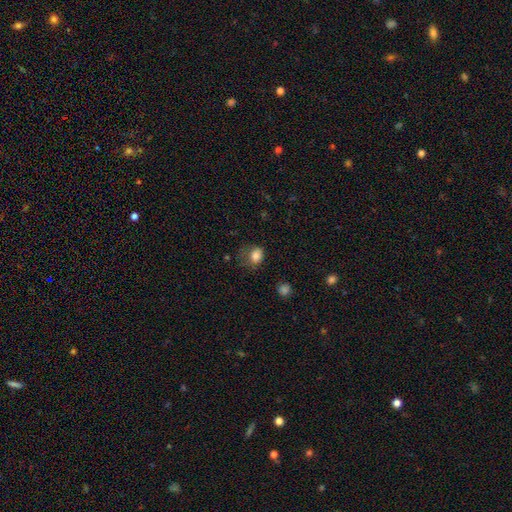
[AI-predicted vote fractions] Smooth or featured?
  - smooth: 82% *
  - star or artifact: 10%
  - featured or disk: 8%
How rounded?
  - round: 52% *
  - in between: 47%
  - cigar-shaped: 1%
Merging?
  - none: 44% *
  - minor disturbance: 32%
  - major disturbance: 22%
  - merger: 2%